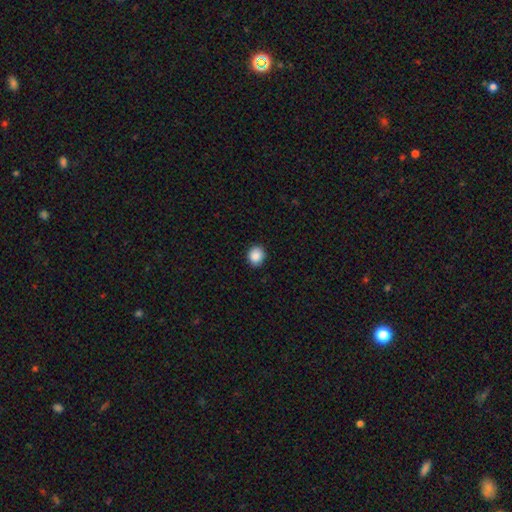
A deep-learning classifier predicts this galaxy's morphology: Smooth or featured? smooth (88%)
How rounded? round (75%)
Merging? none (90%)